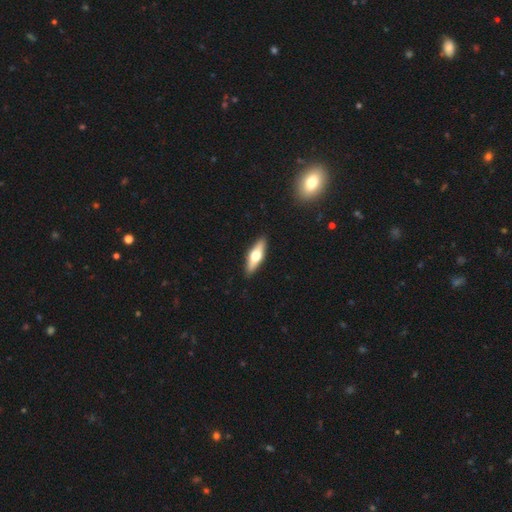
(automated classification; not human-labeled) The model was most divided on "smooth or featured": featured or disk: 51%, smooth: 43%, star or artifact: 5%. More confident: edge-on disk — yes (91%); merging — none (91%).